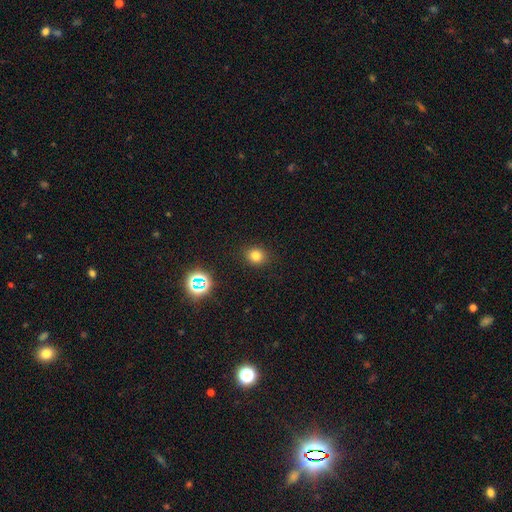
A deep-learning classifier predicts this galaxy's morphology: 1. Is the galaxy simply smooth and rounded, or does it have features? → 78% smooth, 17% star or artifact, 6% featured or disk.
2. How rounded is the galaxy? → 76% round, 23% in between, 1% cigar-shaped.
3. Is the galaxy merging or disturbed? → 88% none, 8% minor disturbance, 3% major disturbance, 1% merger.